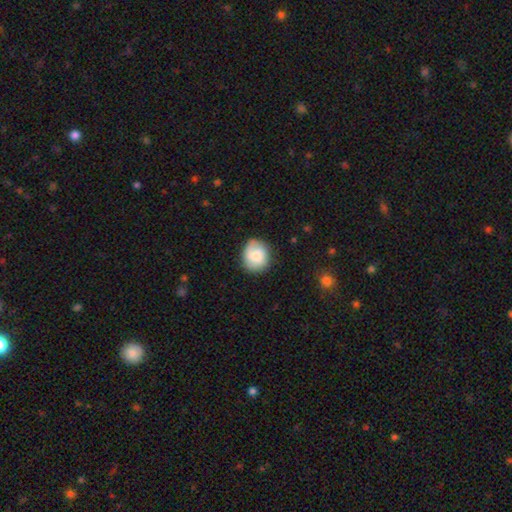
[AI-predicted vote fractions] smooth-or-featured: smooth: 66% | featured or disk: 27% | star or artifact: 7%
  how-rounded: round: 74% | in between: 25% | cigar-shaped: 1%
  merging: none: 76% | minor disturbance: 18% | major disturbance: 5% | merger: 1%